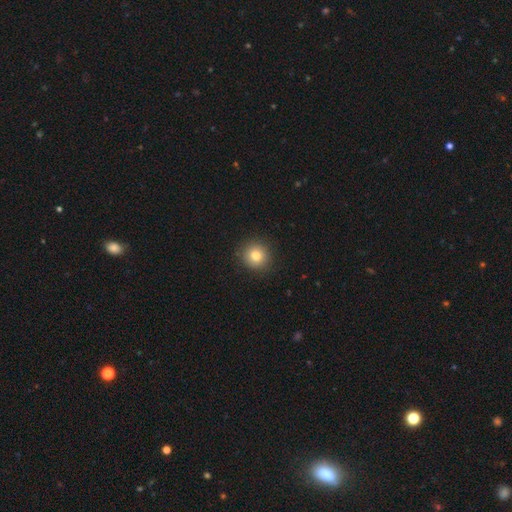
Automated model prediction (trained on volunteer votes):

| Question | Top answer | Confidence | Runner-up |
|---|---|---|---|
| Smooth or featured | smooth | 82% | star or artifact (11%) |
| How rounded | round | 90% | in between (9%) |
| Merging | none | 90% | minor disturbance (7%) |